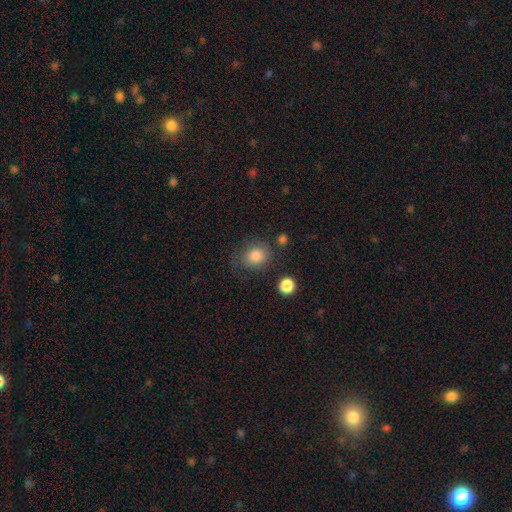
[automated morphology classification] smooth_or_featured: smooth (p=0.84) [alt: star or artifact p=0.10]
how_rounded: round (p=0.68) [alt: in between p=0.31]
merging: none (p=0.69) [alt: minor disturbance p=0.19]